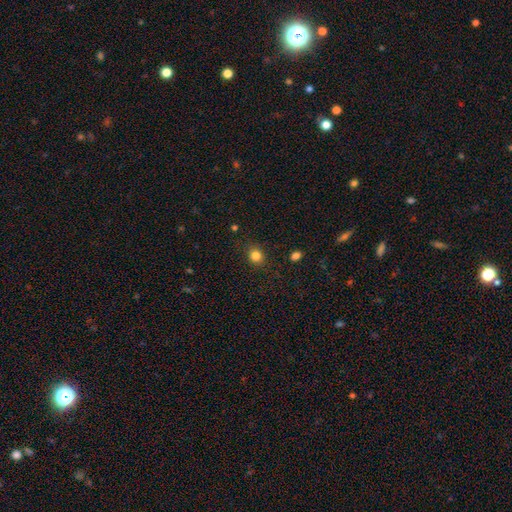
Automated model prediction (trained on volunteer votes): A smooth galaxy with no disk features (83%) that is round (79%). Merging: none (86%).